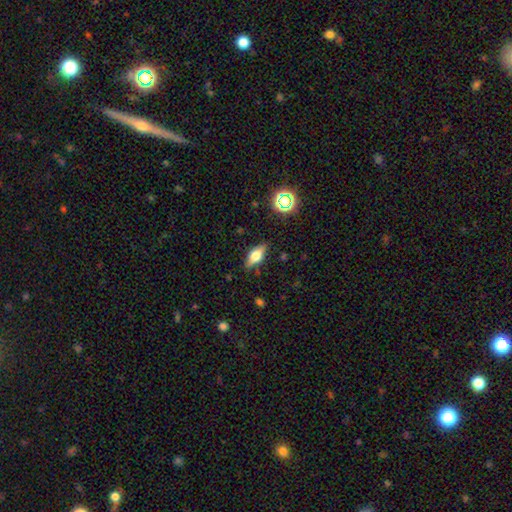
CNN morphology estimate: Smooth or featured? Predicted: smooth (p=0.46). Merging? Predicted: none (p=0.85).